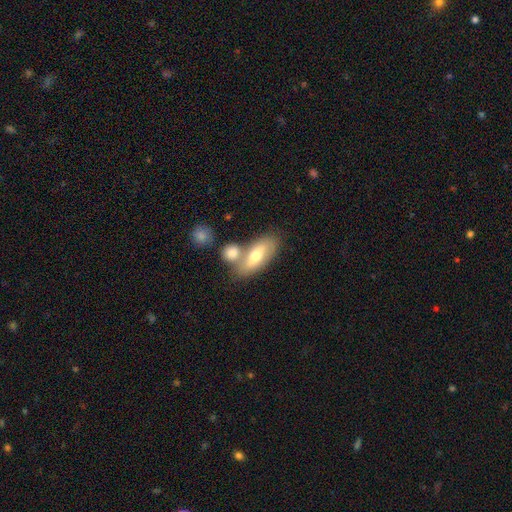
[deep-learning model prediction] smooth_or_featured: smooth (p=0.64) [alt: featured or disk p=0.30]
how_rounded: in between (p=0.81) [alt: cigar-shaped p=0.15]
merging: none (p=0.48) [alt: merger p=0.36]